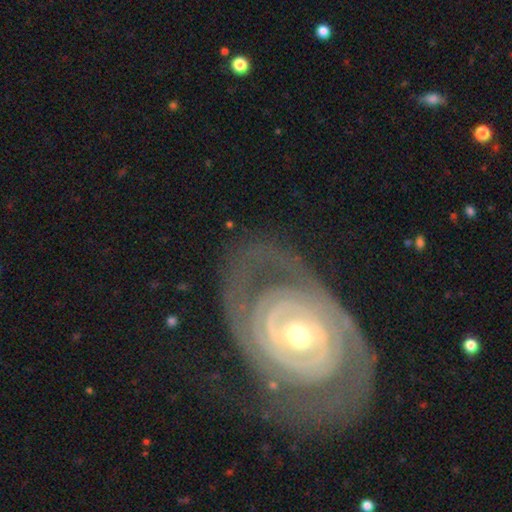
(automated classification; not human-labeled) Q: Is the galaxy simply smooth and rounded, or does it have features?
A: featured or disk — 86%.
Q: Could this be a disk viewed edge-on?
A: no — 96%.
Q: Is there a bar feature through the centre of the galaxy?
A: no — 65%.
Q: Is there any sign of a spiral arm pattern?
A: yes — 89%.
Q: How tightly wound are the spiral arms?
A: tight — 79%.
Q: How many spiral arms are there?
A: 2 — 39%.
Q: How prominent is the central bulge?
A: moderate — 59%.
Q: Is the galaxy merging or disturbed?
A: none — 71%.